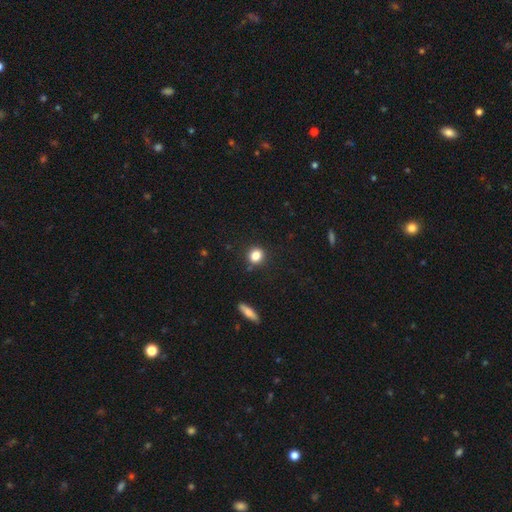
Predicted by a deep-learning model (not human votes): This is clearly a smooth galaxy (83%). How rounded: likely round (78%). Merging: clearly none (86%).